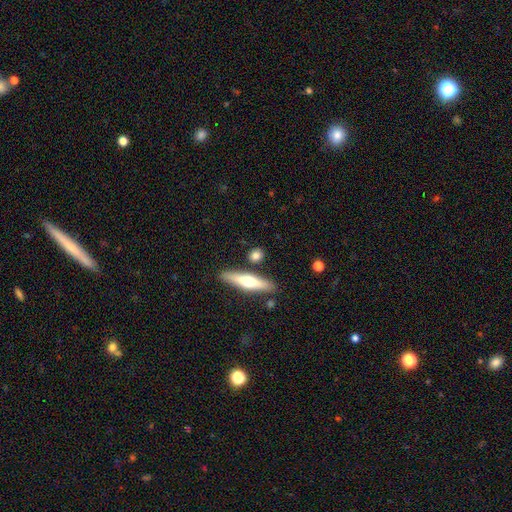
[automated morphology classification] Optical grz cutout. It shows a smooth galaxy with no disk features (66%) that is cigar-shaped (44%). Merging: none (81%).